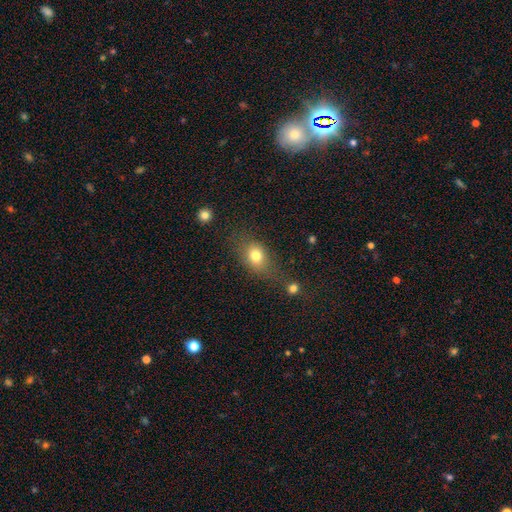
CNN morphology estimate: A smooth galaxy with no disk features (77%) that is in between round and cigar-shaped (61%). Merging: none (60%).